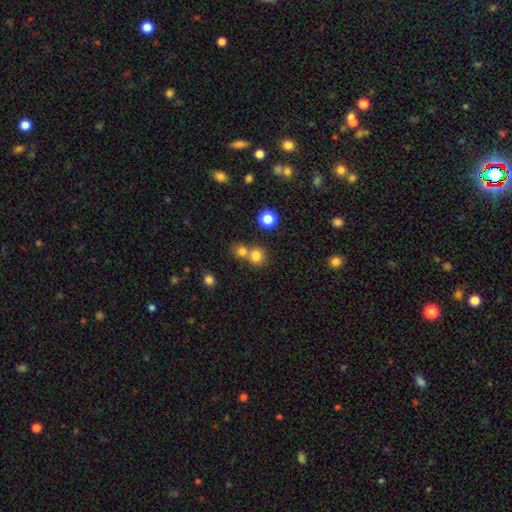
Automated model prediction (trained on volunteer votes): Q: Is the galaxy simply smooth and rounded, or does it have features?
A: smooth — 79%.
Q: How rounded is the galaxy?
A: round — 82%.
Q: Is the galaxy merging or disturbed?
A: none — 53%.